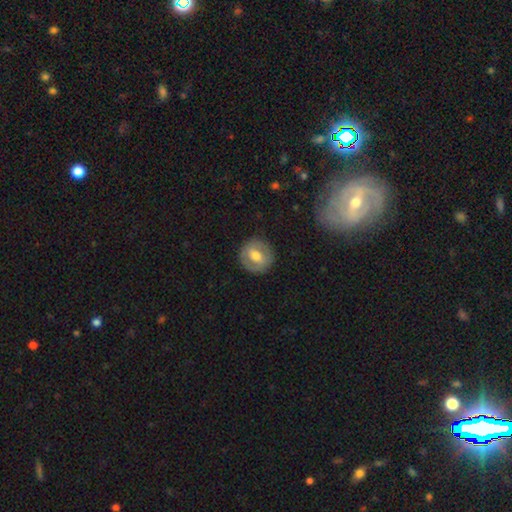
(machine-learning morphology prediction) This is possibly a smooth galaxy (52%). How rounded: clearly round (89%). Merging: clearly none (87%).